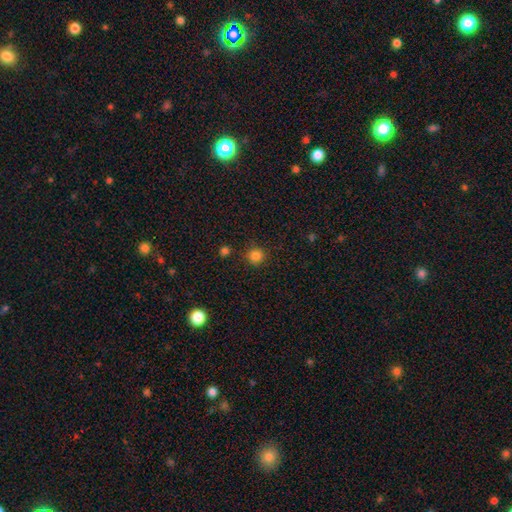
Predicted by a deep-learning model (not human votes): Morphology: type=smooth (83%); roundness=round (93%); merging=none (86%).